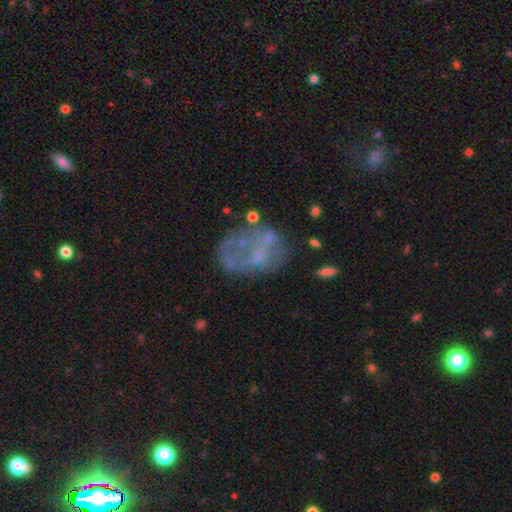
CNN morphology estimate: type=featured or disk (55%); edge-on=no (97%); bar=no (79%); spiral arms=no (83%); bulge=none (62%); merging=none (45%).